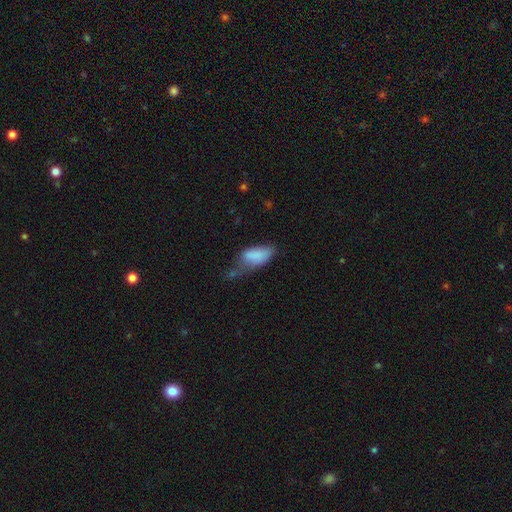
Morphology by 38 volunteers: A smooth galaxy with no disk features (76%) that is in between round and cigar-shaped (97%). Merging: major disturbance (37%).